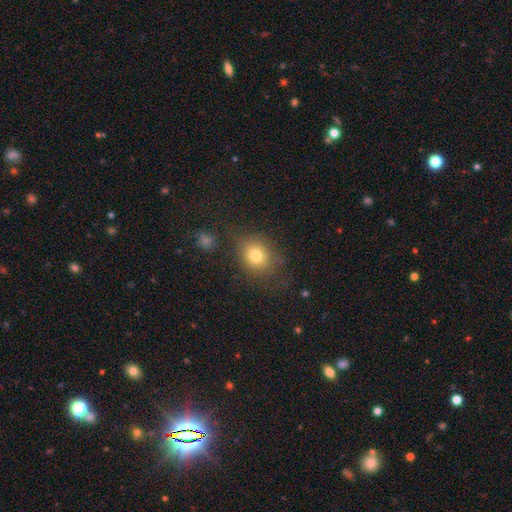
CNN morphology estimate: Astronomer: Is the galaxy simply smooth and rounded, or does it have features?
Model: smooth — 77%.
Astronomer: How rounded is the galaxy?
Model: round — 62%.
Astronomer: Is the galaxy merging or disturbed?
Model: none — 69%.